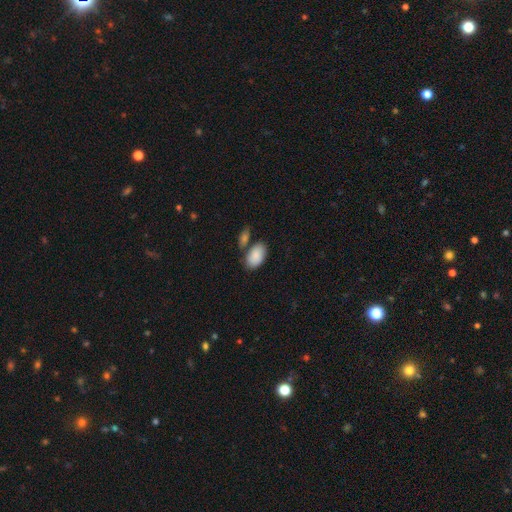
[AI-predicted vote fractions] smooth-or-featured: smooth: 88% | featured or disk: 6% | star or artifact: 6%
  how-rounded: in between: 94% | round: 5% | cigar-shaped: 1%
  merging: none: 58% | merger: 21% | minor disturbance: 16% | major disturbance: 5%